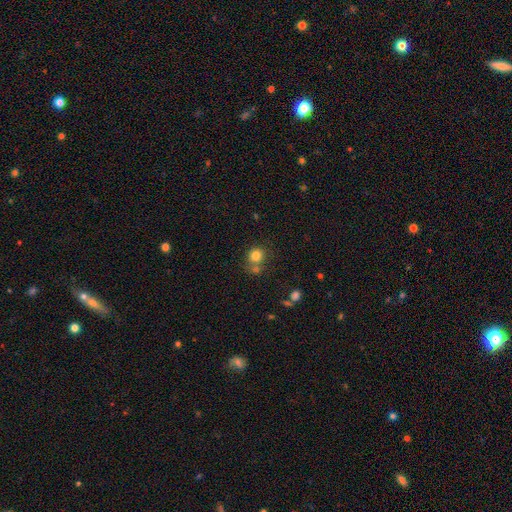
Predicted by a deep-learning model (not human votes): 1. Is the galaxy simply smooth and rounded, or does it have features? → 80% smooth, 12% star or artifact, 8% featured or disk.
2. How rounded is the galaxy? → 85% round, 14% in between, 1% cigar-shaped.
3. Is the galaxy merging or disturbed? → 58% none, 26% merger, 11% minor disturbance, 5% major disturbance.